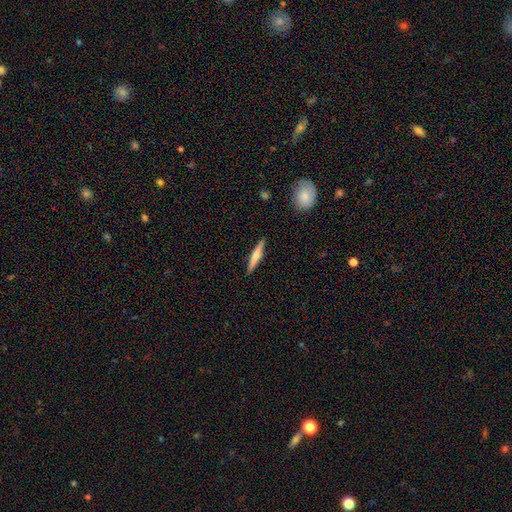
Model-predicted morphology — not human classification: type=smooth (49%); merging=none (90%).